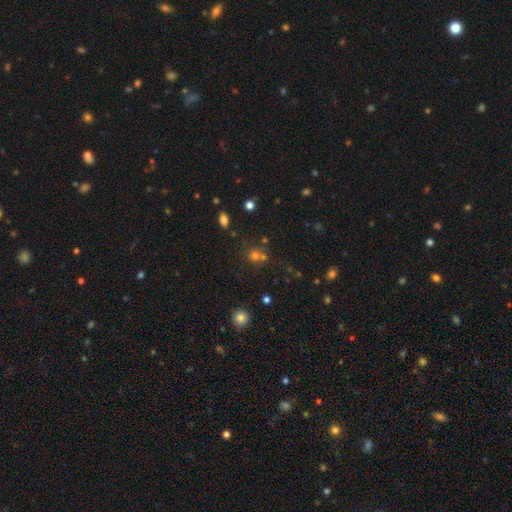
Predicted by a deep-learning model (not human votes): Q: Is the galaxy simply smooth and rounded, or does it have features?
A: smooth — 62%.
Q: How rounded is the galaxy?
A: round — 86%.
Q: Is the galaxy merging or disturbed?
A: none — 57%.